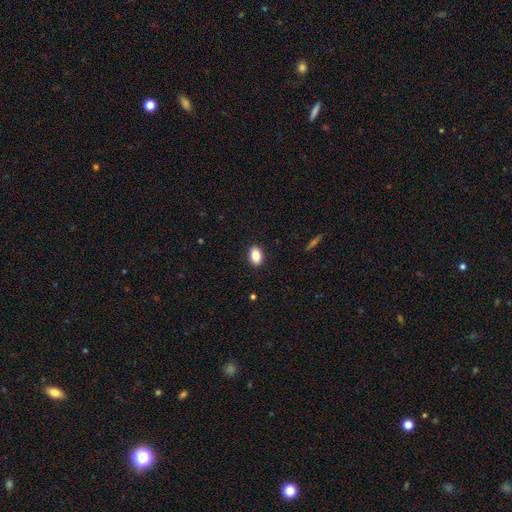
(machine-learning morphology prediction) smooth_or_featured: smooth (p=0.84) [alt: star or artifact p=0.08]
how_rounded: in between (p=0.88) [alt: round p=0.11]
merging: none (p=0.90) [alt: minor disturbance p=0.07]